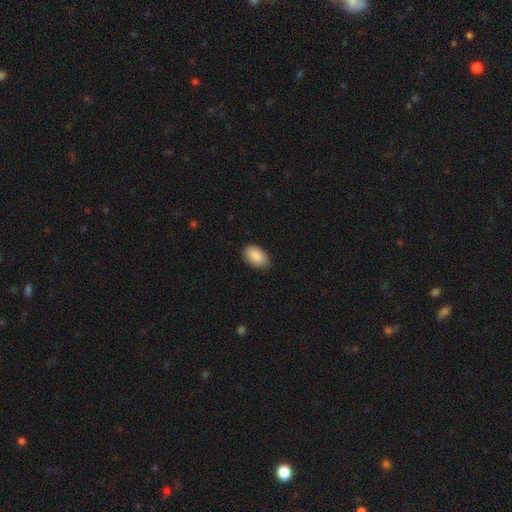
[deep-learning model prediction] Smooth or featured? smooth (89%)
How rounded? in between (93%)
Merging? none (80%)